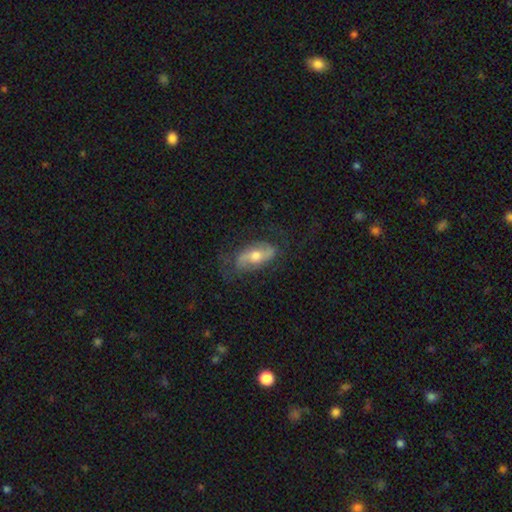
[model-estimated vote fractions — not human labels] Smooth or featured: featured or disk — 64% (smooth — 29%)
Edge-on disk: no — 88% (yes — 12%)
Bar: no — 47% (weak — 34%)
Spiral arms: yes — 80% (no — 20%)
Bulge size: moderate — 71% (small — 19%)
Merging: none — 66% (minor disturbance — 21%)